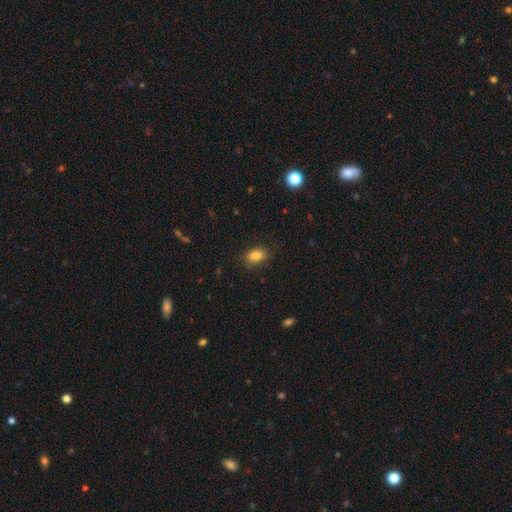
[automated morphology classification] Smooth or featured?
  - smooth: 84% *
  - star or artifact: 9%
  - featured or disk: 6%
How rounded?
  - in between: 81% *
  - round: 17%
  - cigar-shaped: 1%
Merging?
  - none: 84% *
  - minor disturbance: 12%
  - major disturbance: 3%
  - merger: 1%